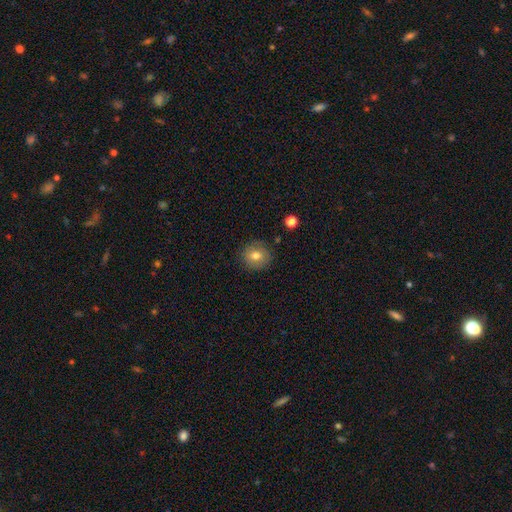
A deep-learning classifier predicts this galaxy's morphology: type=smooth (76%); roundness=round (86%); merging=none (85%).